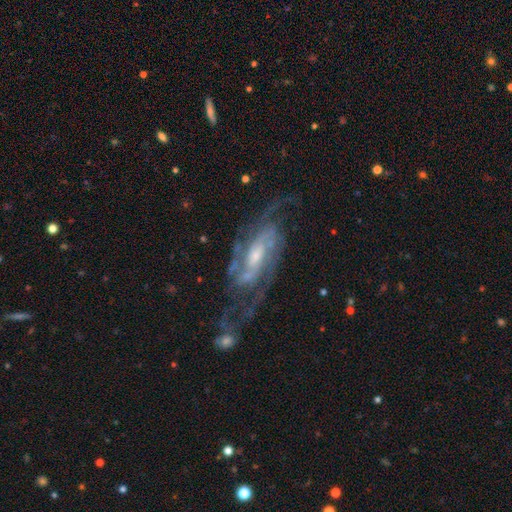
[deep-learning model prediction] Morphology: type=featured or disk (88%); edge-on=no (93%); bar=weak (41%); spiral arms=yes (96%); winding=medium (47%); arm count=2 (55%); bulge=small (50%); merging=none (64%).